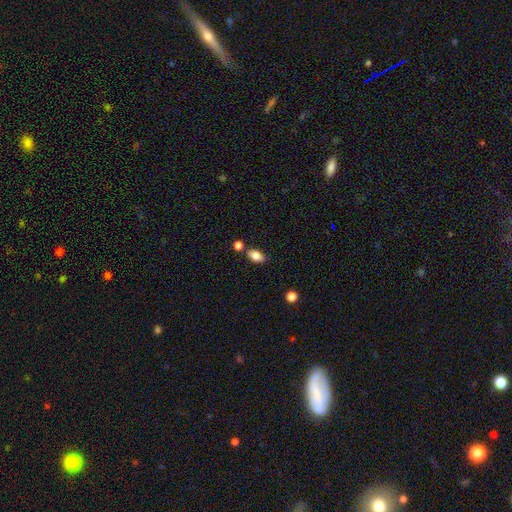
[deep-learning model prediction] smooth_or_featured: smooth (p=0.82) [alt: featured or disk p=0.09]
how_rounded: in between (p=0.87) [alt: round p=0.09]
merging: none (p=0.71) [alt: minor disturbance p=0.15]